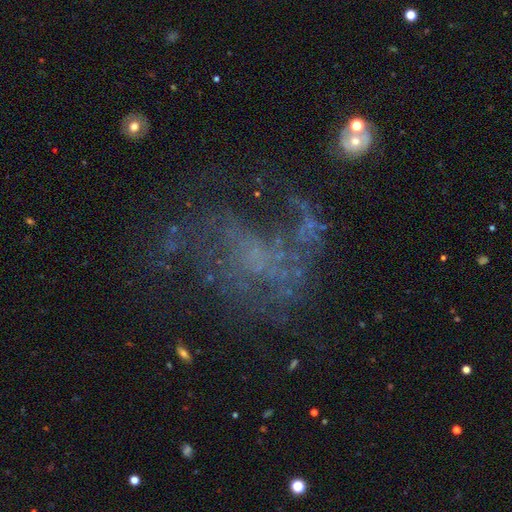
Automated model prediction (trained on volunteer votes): Smooth or featured? featured or disk (64%)
Edge-on disk? no (98%)
Bar? no (76%)
Spiral arms? yes (55%)
Bulge size? none (70%)
Merging? none (40%)